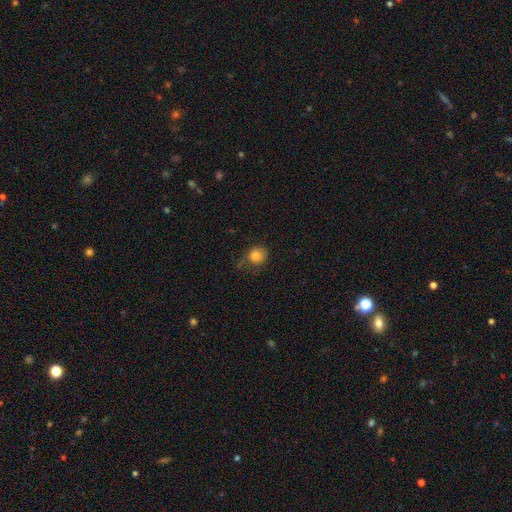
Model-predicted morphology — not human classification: smooth-or-featured: smooth: 81% | star or artifact: 10% | featured or disk: 9%
  how-rounded: round: 78% | in between: 21% | cigar-shaped: 1%
  merging: none: 53% | minor disturbance: 29% | major disturbance: 15% | merger: 3%